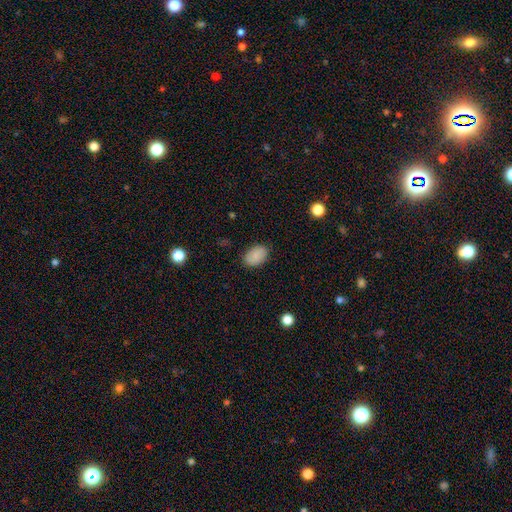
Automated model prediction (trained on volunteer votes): A smooth galaxy with no disk features (88%) that is in between round and cigar-shaped (89%).

Vote fractions:
- Smooth or featured? smooth: 88% / star or artifact: 7% / featured or disk: 5%
- How rounded? in between: 89% / round: 10% / cigar-shaped: 1%
- Merging? none: 87% / minor disturbance: 9% / major disturbance: 2% / merger: 1%